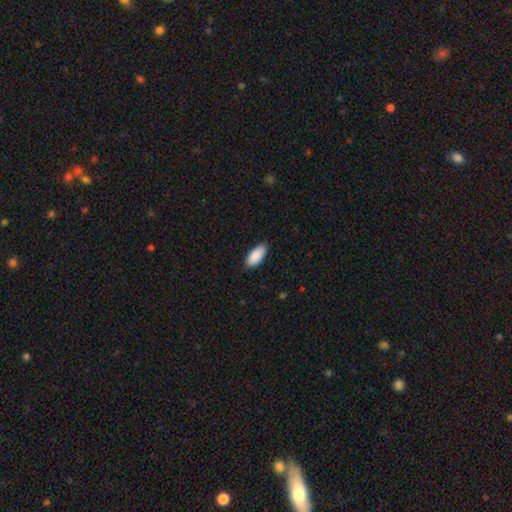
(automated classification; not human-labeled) smooth-or-featured: smooth: 91% | star or artifact: 6% | featured or disk: 4%
  how-rounded: in between: 91% | cigar-shaped: 8% | round: 2%
  merging: none: 86% | minor disturbance: 11% | major disturbance: 2% | merger: 1%